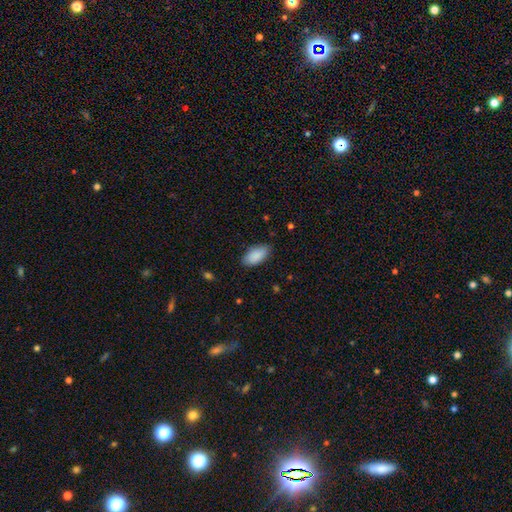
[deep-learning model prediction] Smooth or featured? smooth (89%)
How rounded? in between (94%)
Merging? none (81%)